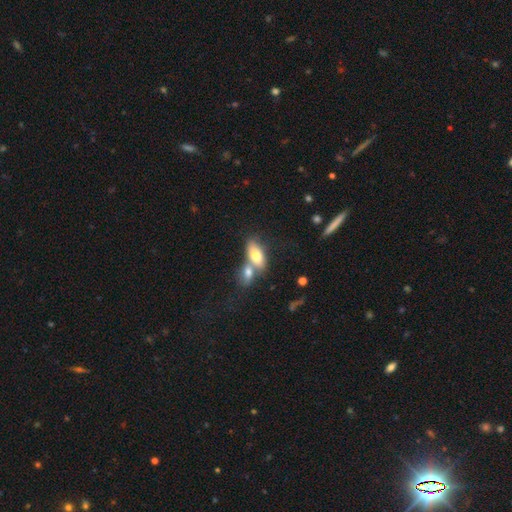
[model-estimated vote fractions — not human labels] Smooth or featured: smooth — 70% (featured or disk — 23%)
How rounded: in between — 84% (cigar-shaped — 11%)
Merging: merger — 57% (none — 31%)